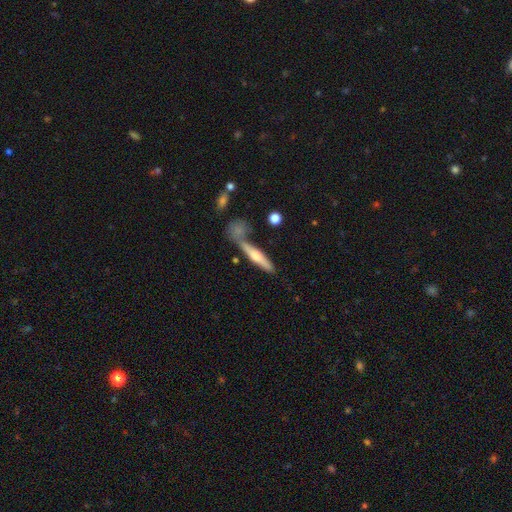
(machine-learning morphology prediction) Smooth or featured?
  - featured or disk: 53% *
  - smooth: 40%
  - star or artifact: 7%
Edge-on disk?
  - yes: 92% *
  - no: 8%
Merging?
  - none: 63% *
  - merger: 18%
  - minor disturbance: 15%
  - major disturbance: 5%